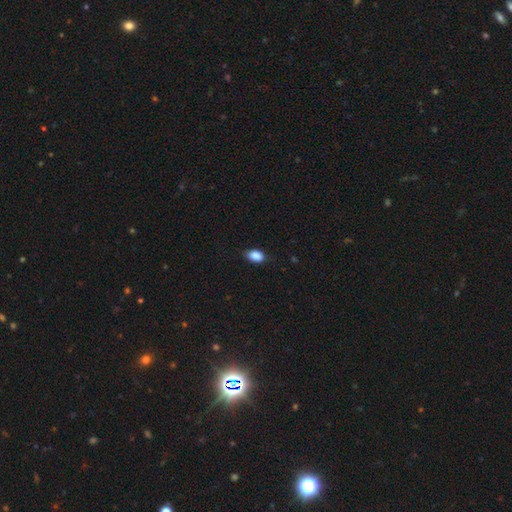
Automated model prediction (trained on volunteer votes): Morphology: type=smooth (87%); roundness=in between (85%); merging=none (80%).